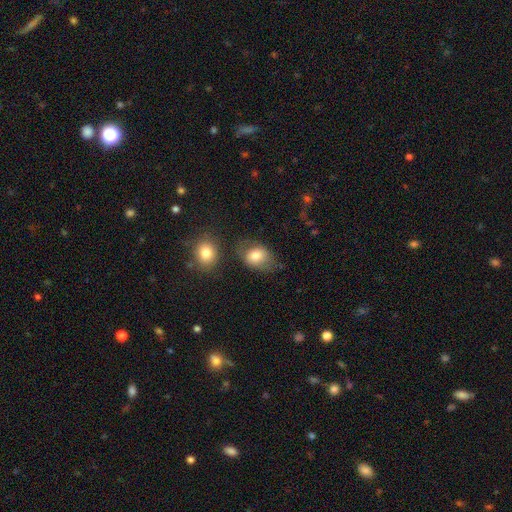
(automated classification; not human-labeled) A smooth galaxy with no disk features (77%) that is in between round and cigar-shaped (59%).

Vote fractions:
- Smooth or featured? smooth: 77% / featured or disk: 14% / star or artifact: 9%
- How rounded? in between: 59% / round: 40% / cigar-shaped: 1%
- Merging? none: 56% / minor disturbance: 24% / major disturbance: 10% / merger: 10%